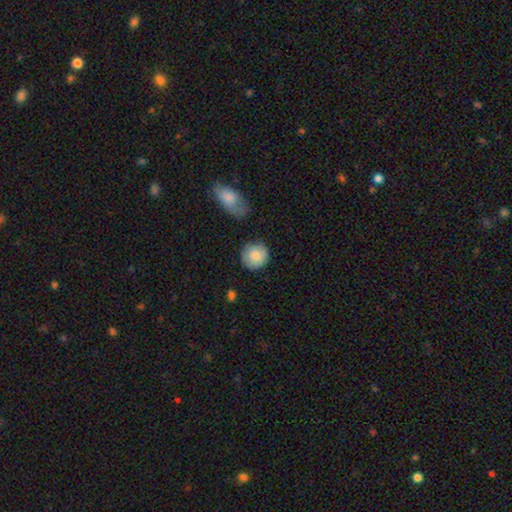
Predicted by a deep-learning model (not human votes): smooth 81%, featured or disk 13%, star or artifact 6%. Down the decision tree: how rounded — round (90%); merging — none (78%).